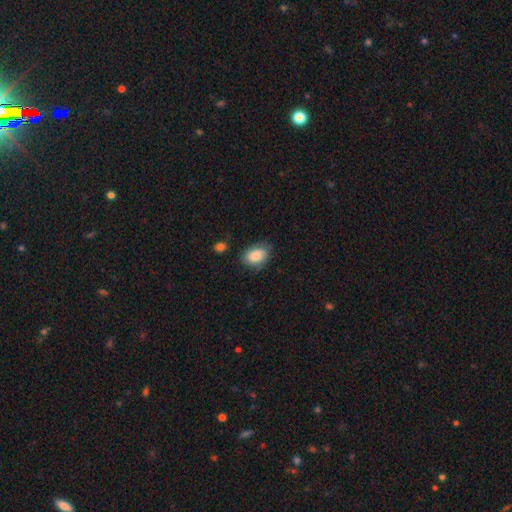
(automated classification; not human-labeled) smooth-or-featured: smooth: 80% | featured or disk: 13% | star or artifact: 7%
  how-rounded: in between: 81% | round: 18% | cigar-shaped: 1%
  merging: none: 70% | minor disturbance: 22% | major disturbance: 6% | merger: 2%